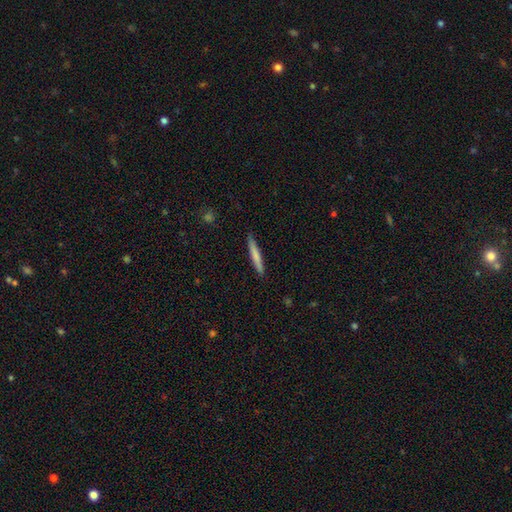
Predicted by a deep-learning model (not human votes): smooth-or-featured: smooth: 72% | featured or disk: 23% | star or artifact: 5%
  how-rounded: cigar-shaped: 96% | in between: 3% | round: 1%
  merging: none: 89% | minor disturbance: 8% | major disturbance: 2% | merger: 1%